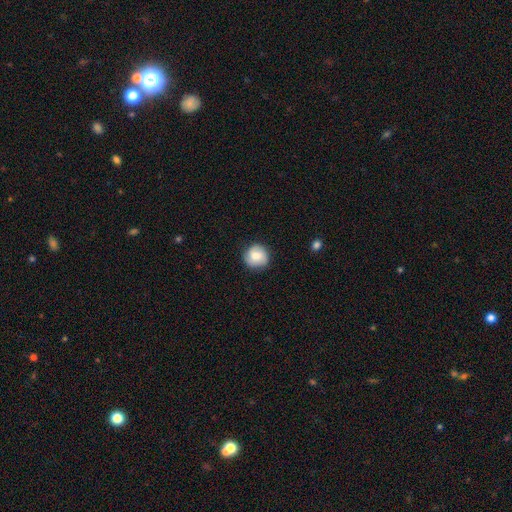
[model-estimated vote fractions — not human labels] This appears to be a smooth galaxy with no disk features (73%) that is round (92%). Merging: none (84%).